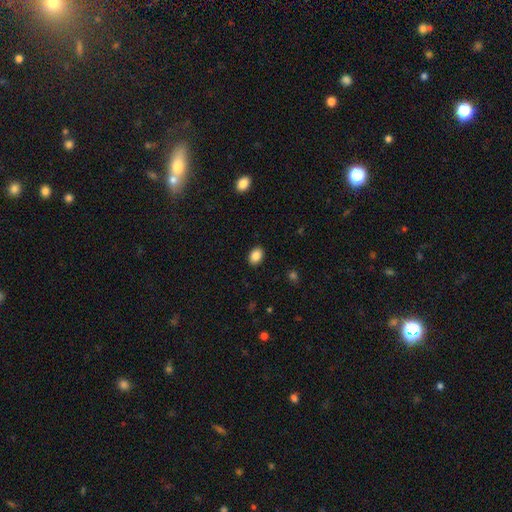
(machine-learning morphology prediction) A smooth galaxy with no disk features (87%) that is in between round and cigar-shaped (80%). Merging: none (89%).